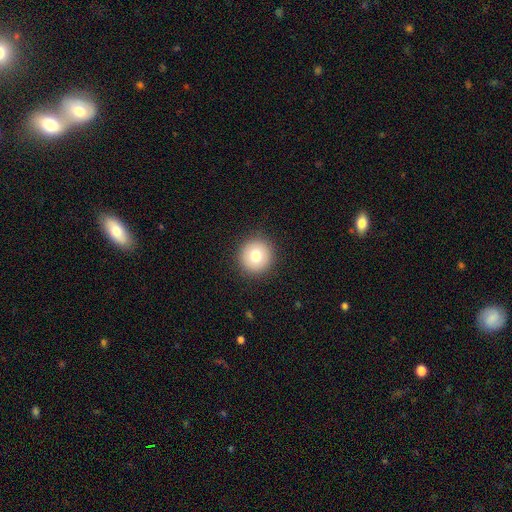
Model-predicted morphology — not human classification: Overall: smooth (76%). How rounded: round (94%). Merging: none (91%).